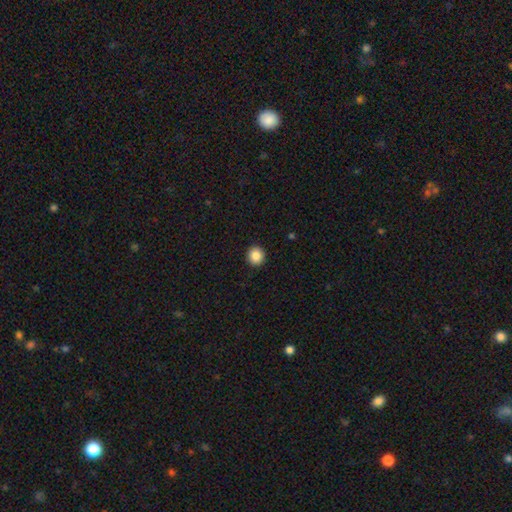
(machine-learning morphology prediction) This appears to be a smooth galaxy with no disk features (86%) that is round (93%). Merging: none (93%).